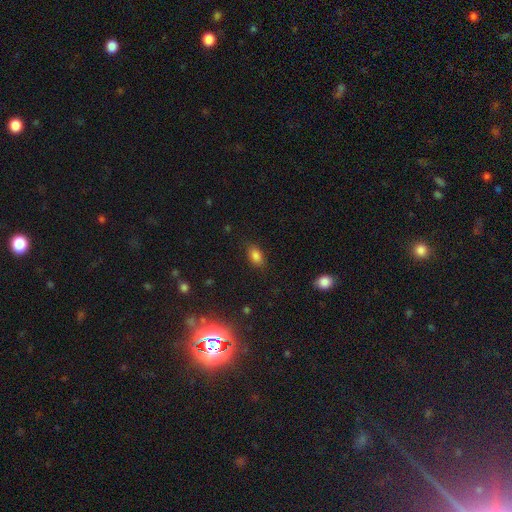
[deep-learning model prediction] This appears to be a smooth galaxy with no disk features (82%) that is in between round and cigar-shaped (87%). Merging: none (83%).